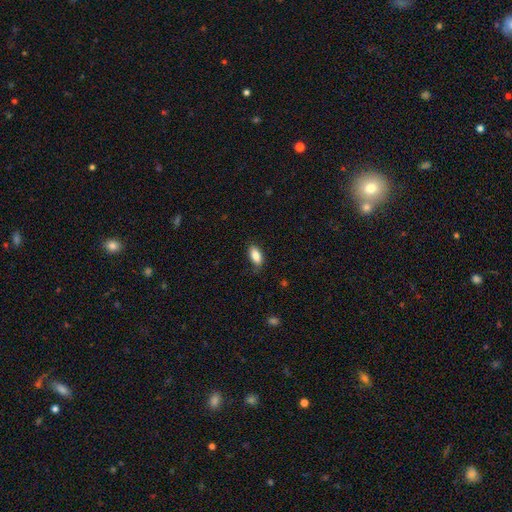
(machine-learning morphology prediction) smooth 85%, featured or disk 8%, star or artifact 7%. Down the decision tree: how rounded — in between (89%); merging — none (78%).